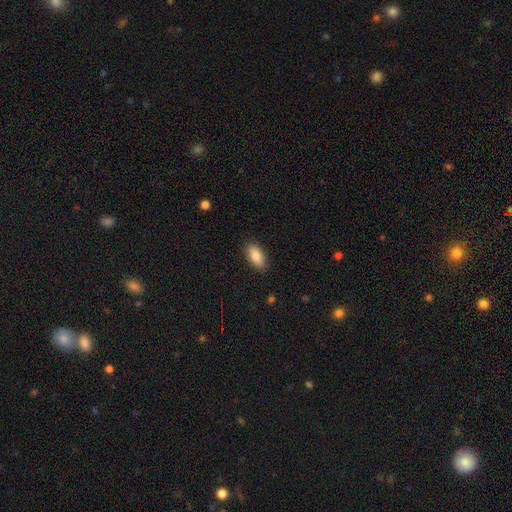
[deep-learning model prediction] smooth_or_featured: smooth (p=0.85) [alt: featured or disk p=0.08]
how_rounded: in between (p=0.91) [alt: cigar-shaped p=0.06]
merging: none (p=0.87) [alt: minor disturbance p=0.10]